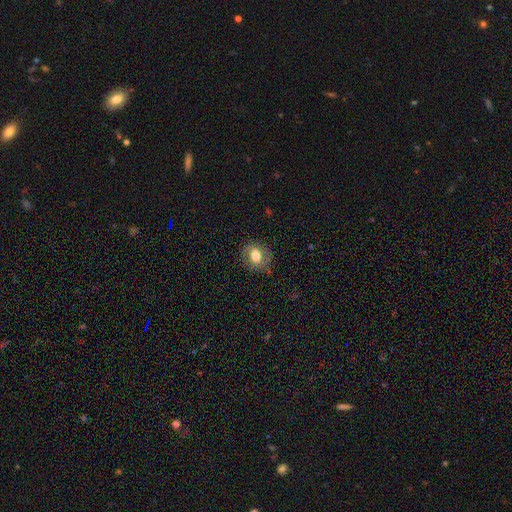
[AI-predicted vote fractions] smooth 66%, featured or disk 25%, star or artifact 9%. Down the decision tree: how rounded — round (64%); merging — none (78%).